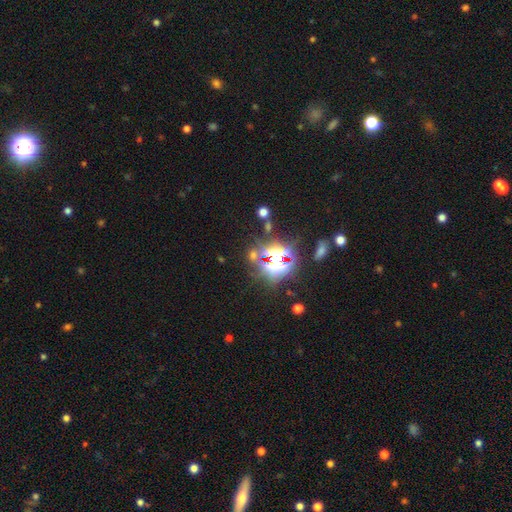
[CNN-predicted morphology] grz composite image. It shows a star or artifact, not a galaxy (76%).